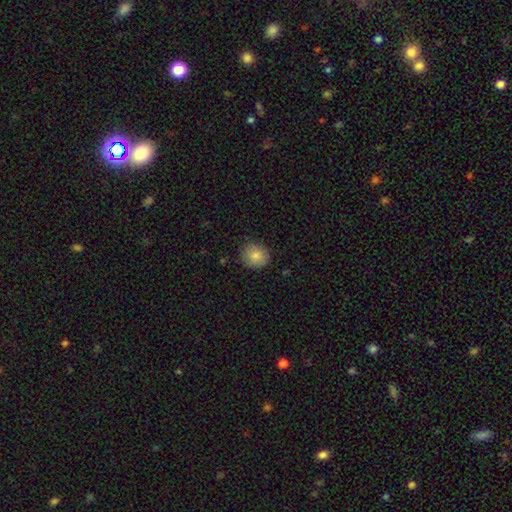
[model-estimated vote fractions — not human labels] This appears to be a smooth galaxy with no disk features (85%) that is round (81%). Merging: none (85%).